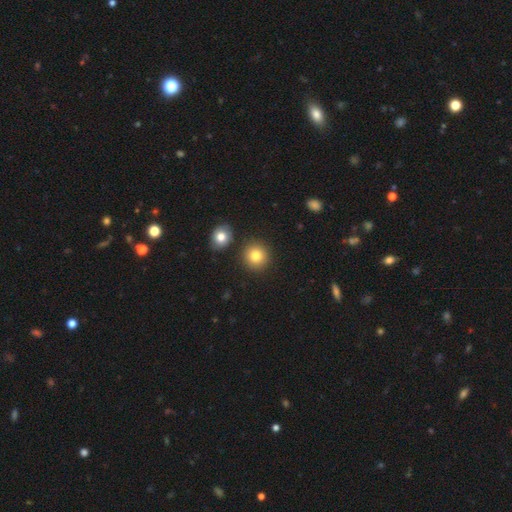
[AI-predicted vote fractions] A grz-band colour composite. It shows a smooth galaxy with no disk features (82%) that is round (91%). Merging: none (86%).